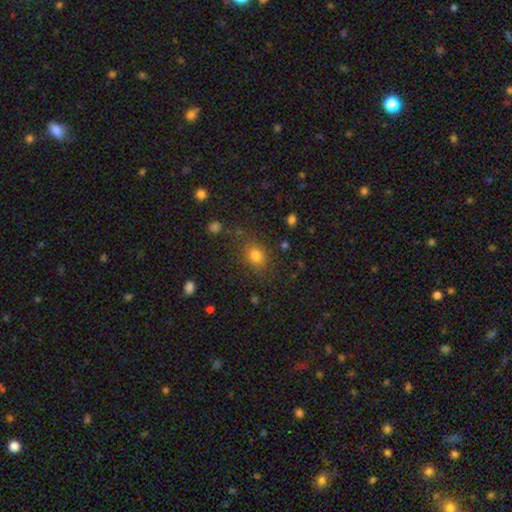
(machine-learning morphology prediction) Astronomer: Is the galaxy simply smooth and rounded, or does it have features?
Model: smooth — 78%.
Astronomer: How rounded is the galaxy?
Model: round — 61% (runner-up: in between, 37%).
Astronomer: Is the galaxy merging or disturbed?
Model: none — 78%.